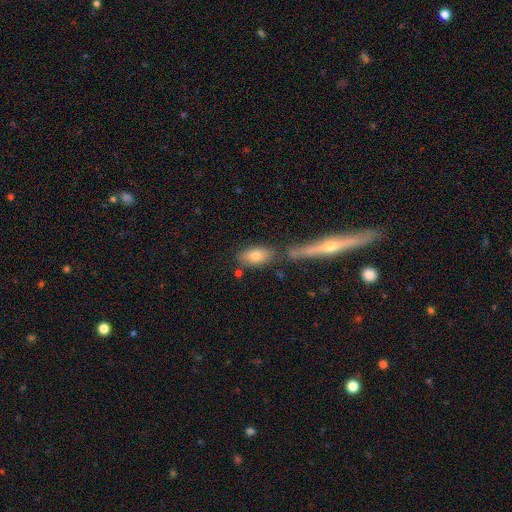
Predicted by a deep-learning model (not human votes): Morphology: type=smooth (74%); roundness=in between (85%); merging=none (68%).